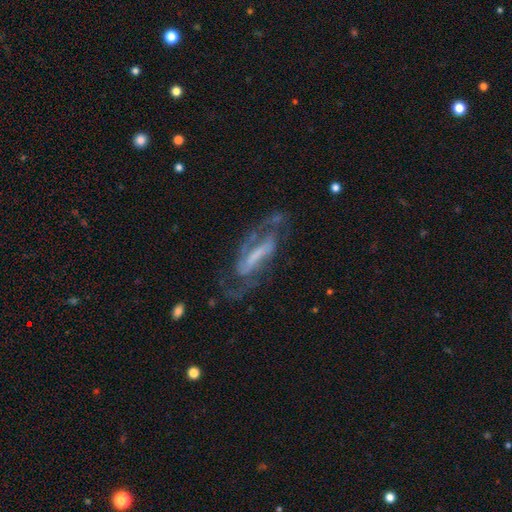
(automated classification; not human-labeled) This appears to be a featured or disk galaxy (86%) with a strong bar (58%), 2 (88%) medium (53%) spiral arms (95%) and no central bulge (41%). Merging: none (69%).